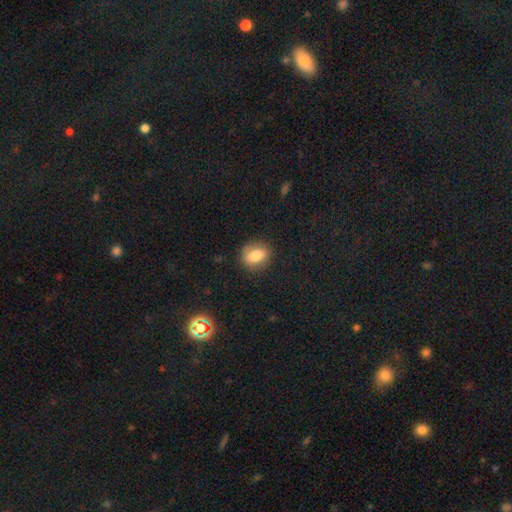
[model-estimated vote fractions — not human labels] Smooth or featured? Predicted: smooth (p=0.78). How rounded? Predicted: in between (p=0.64). Merging? Predicted: none (p=0.79).